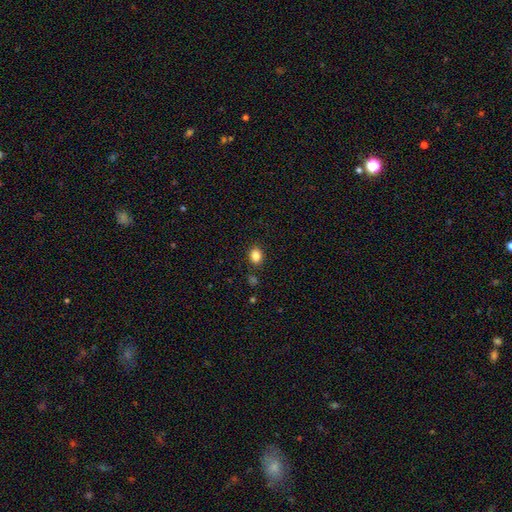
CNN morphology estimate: Smooth or featured? Predicted: smooth (p=0.85). How rounded? Predicted: in between (p=0.55). Merging? Predicted: none (p=0.87).